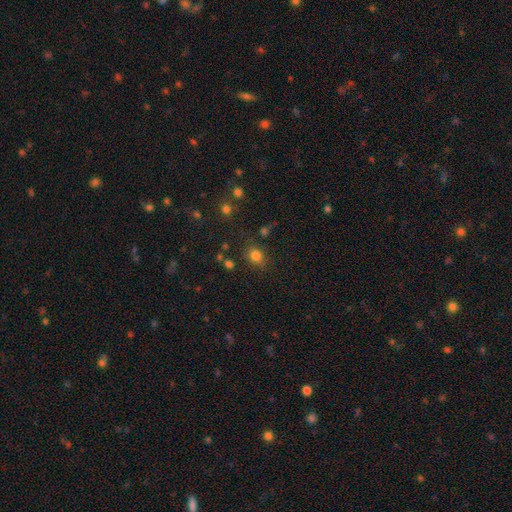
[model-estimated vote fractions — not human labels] The model was most divided on "how rounded": round: 62%, in between: 37%, cigar-shaped: 1%. More confident: smooth or featured — smooth (79%); merging — none (76%).